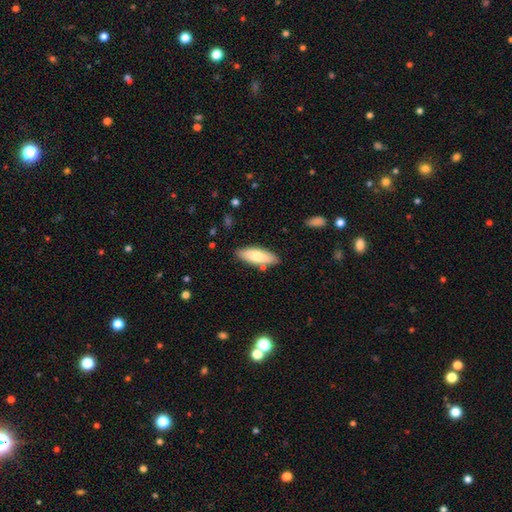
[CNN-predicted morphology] The model was most divided on "how rounded": in between: 65%, cigar-shaped: 34%, round: 2%. More confident: merging — none (83%); smooth or featured — smooth (72%).